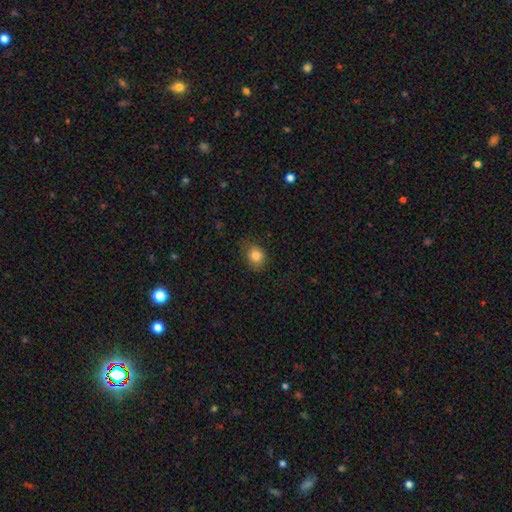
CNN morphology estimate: smooth_or_featured: smooth (p=0.82) [alt: star or artifact p=0.11]
how_rounded: round (p=0.64) [alt: in between p=0.35]
merging: none (p=0.74) [alt: minor disturbance p=0.20]